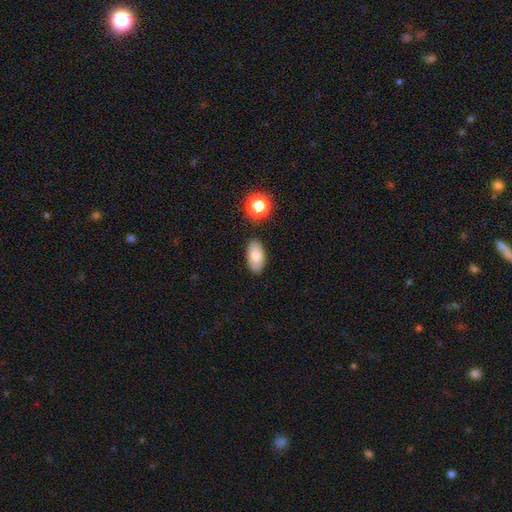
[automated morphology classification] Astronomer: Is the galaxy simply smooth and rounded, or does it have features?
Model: smooth — 76%.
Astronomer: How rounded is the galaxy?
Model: in between — 92%.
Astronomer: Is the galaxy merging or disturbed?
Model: none — 84%.